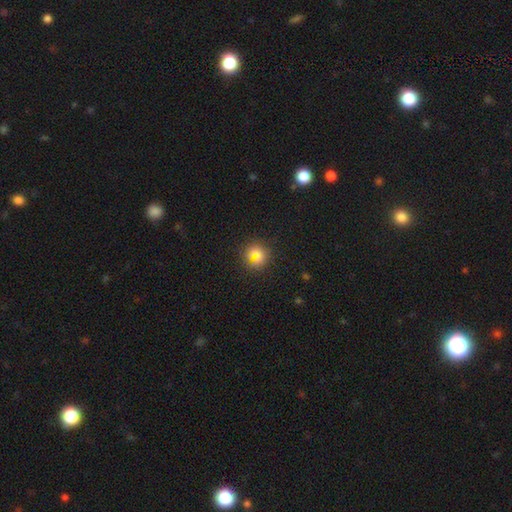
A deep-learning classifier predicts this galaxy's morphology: smooth_or_featured: smooth (p=0.57) [alt: star or artifact p=0.33]
how_rounded: round (p=0.91) [alt: in between p=0.07]
merging: none (p=0.80) [alt: minor disturbance p=0.11]